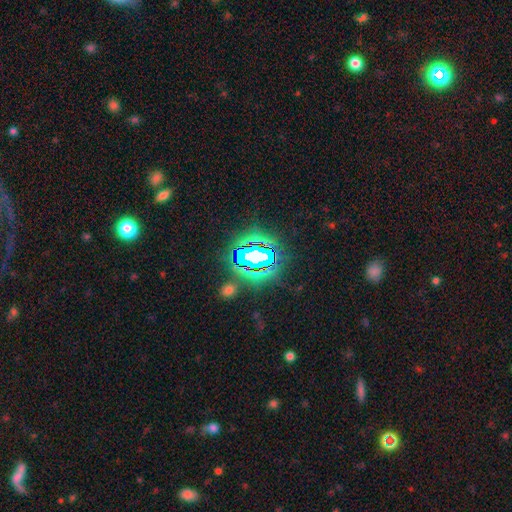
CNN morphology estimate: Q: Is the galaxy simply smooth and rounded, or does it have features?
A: star or artifact — 74%.